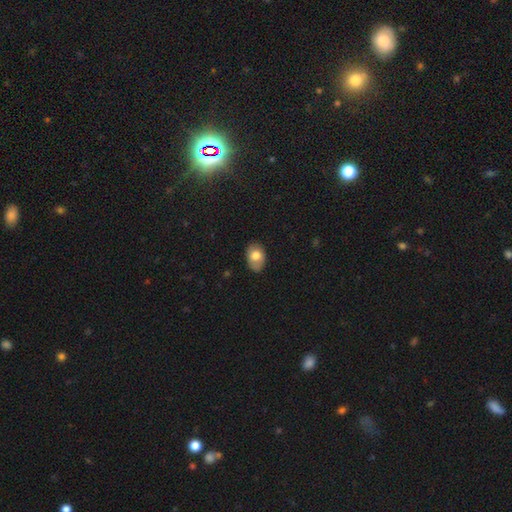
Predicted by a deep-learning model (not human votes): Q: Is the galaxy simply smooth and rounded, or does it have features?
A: smooth — 74%.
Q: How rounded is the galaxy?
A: in between — 83%.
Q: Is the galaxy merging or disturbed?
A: none — 79%.